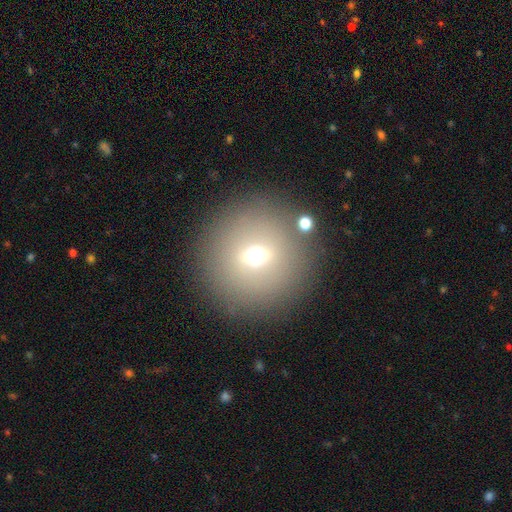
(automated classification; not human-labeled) smooth_or_featured: smooth (p=0.57) [alt: featured or disk p=0.26]
how_rounded: round (p=0.94) [alt: in between p=0.05]
merging: none (p=0.85) [alt: minor disturbance p=0.07]